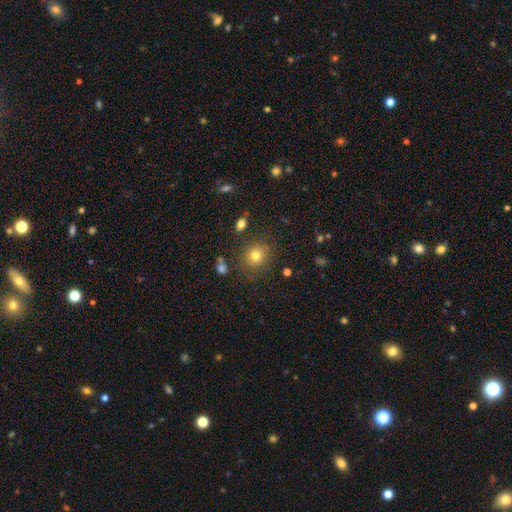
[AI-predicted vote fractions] A smooth galaxy with no disk features (78%) that is round (84%).

Vote fractions:
- Smooth or featured? smooth: 78% / star or artifact: 14% / featured or disk: 8%
- How rounded? round: 84% / in between: 15% / cigar-shaped: 1%
- Merging? none: 84% / minor disturbance: 10% / major disturbance: 3% / merger: 3%